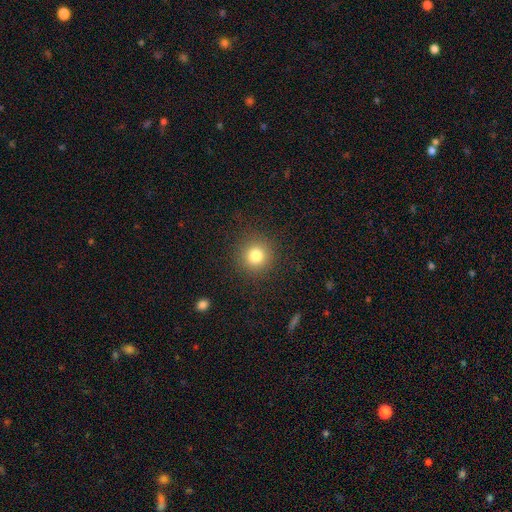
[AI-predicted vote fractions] This appears to be a smooth galaxy with no disk features (81%) that is round (94%). Merging: none (90%).